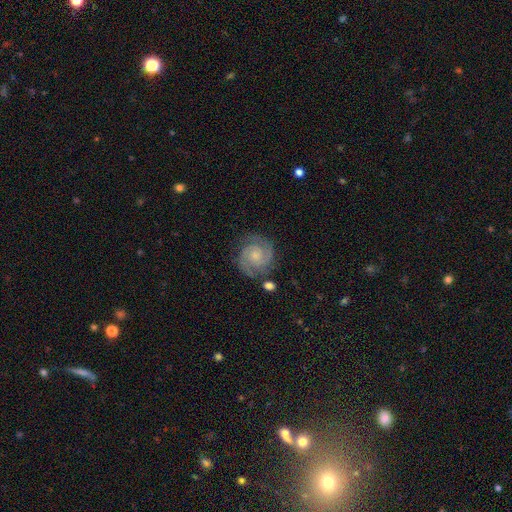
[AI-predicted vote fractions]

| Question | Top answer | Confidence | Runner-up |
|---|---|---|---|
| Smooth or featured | featured or disk | 85% | smooth (9%) |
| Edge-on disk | no | 98% | yes (2%) |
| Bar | no | 69% | weak (26%) |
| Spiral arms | yes | 98% | no (2%) |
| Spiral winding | tight | 63% | medium (32%) |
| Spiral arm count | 2 | 84% | 3 (7%) |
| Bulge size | small | 54% | moderate (31%) |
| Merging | none | 79% | minor disturbance (13%) |